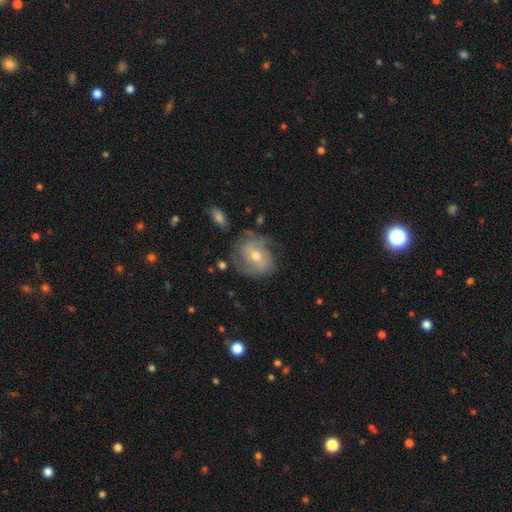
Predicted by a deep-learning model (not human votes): featured or disk 61%, smooth 31%, star or artifact 8%. Down the decision tree: edge-on disk — no (96%); bar — no (48%); spiral arms — yes (78%); bulge size — moderate (66%); merging — none (63%).